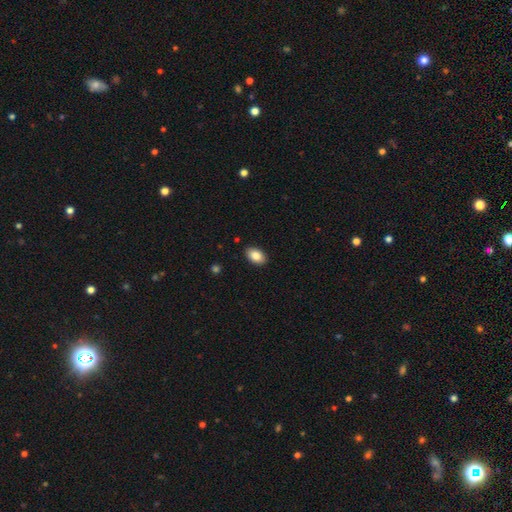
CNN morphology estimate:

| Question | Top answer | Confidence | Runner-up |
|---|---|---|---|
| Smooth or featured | smooth | 85% | featured or disk (8%) |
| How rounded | in between | 91% | round (8%) |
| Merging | none | 89% | minor disturbance (8%) |